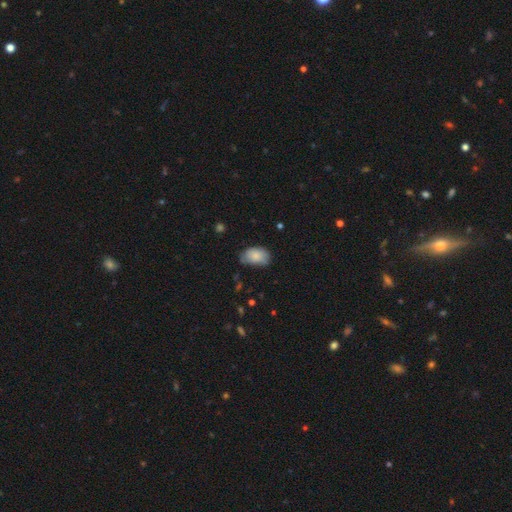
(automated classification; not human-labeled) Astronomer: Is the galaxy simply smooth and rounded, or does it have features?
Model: smooth — 83%.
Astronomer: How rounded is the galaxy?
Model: in between — 88%.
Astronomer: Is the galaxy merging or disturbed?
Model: none — 56% (runner-up: minor disturbance, 34%).